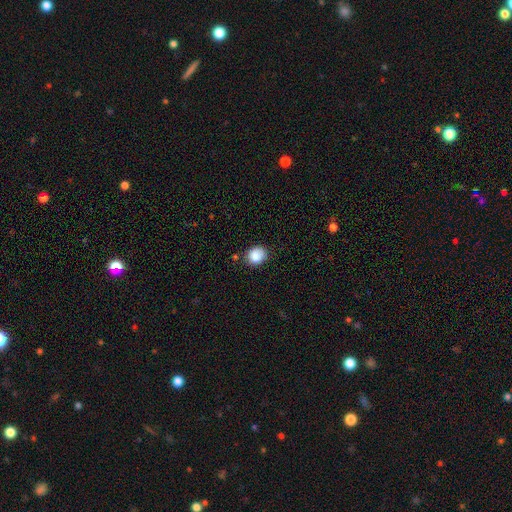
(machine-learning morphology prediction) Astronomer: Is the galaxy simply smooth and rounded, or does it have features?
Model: smooth — 87%.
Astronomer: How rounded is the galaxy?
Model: round — 71%.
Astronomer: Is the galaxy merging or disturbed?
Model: none — 77%.